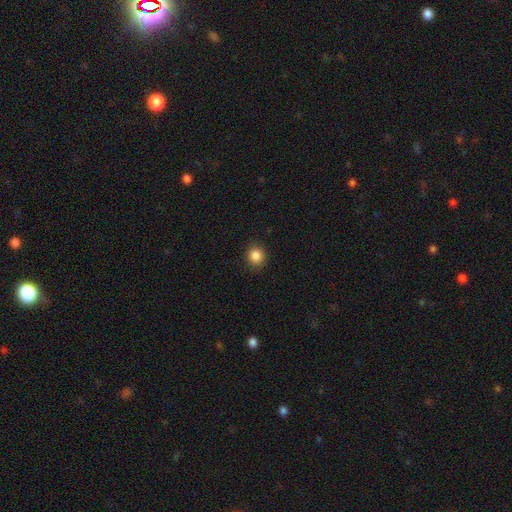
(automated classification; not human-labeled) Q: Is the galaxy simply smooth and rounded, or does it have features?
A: smooth — 86%.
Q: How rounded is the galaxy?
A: round — 88%.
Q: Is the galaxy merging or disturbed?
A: none — 89%.